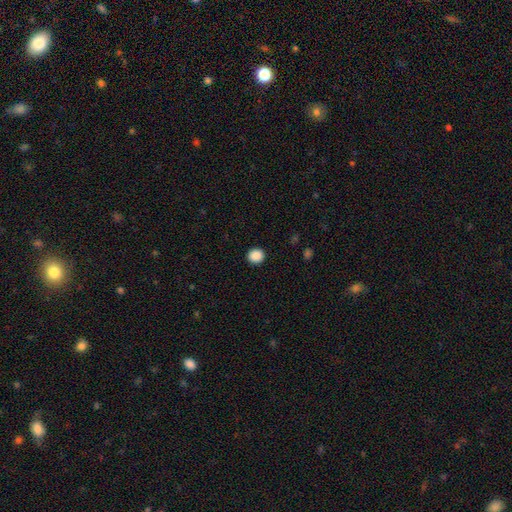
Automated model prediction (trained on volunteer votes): A smooth galaxy with no disk features (89%) that is round (88%). Merging: none (92%).